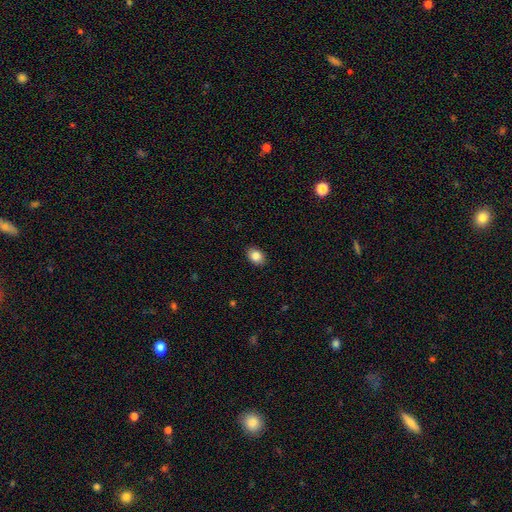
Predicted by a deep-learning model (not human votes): smooth_or_featured: smooth (p=0.85) [alt: star or artifact p=0.08]
how_rounded: in between (p=0.78) [alt: round p=0.21]
merging: none (p=0.89) [alt: minor disturbance p=0.08]